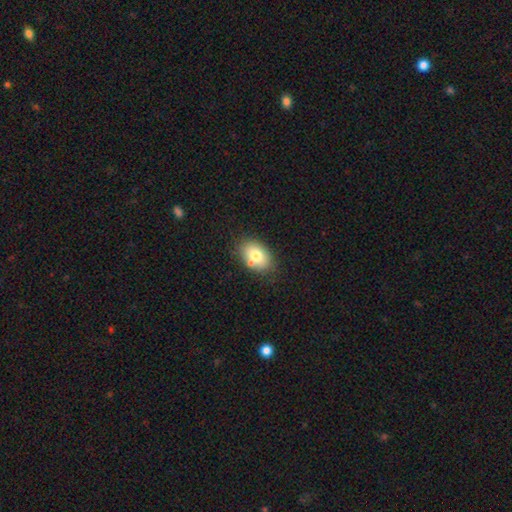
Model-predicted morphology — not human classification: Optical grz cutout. It shows a smooth galaxy with no disk features (75%) that is in between round and cigar-shaped (83%). Merging: none (72%).